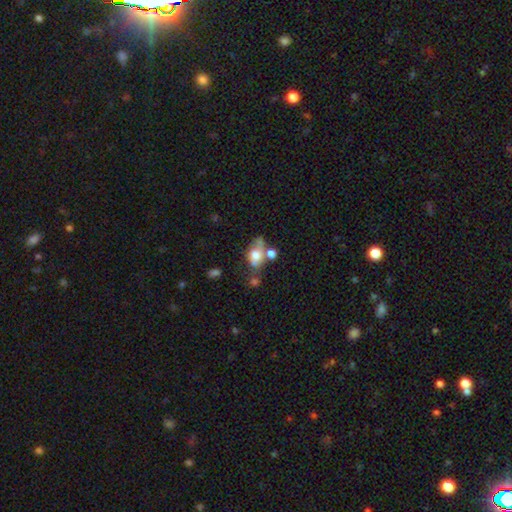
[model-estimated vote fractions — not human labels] Smooth or featured? Predicted: smooth (p=0.62). How rounded? Predicted: in between (p=0.79). Merging? Predicted: none (p=0.34).